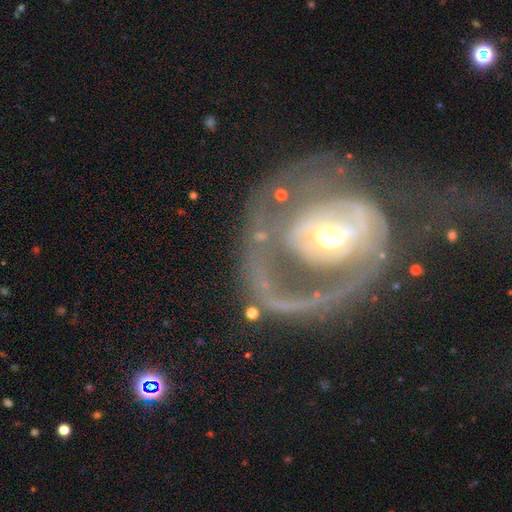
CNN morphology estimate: This appears to be a featured or disk galaxy (83%) with no bar (42%), 1 (39%) tight (46%) spiral arms (74%) and a moderate central bulge (48%). Merging: major disturbance (46%).